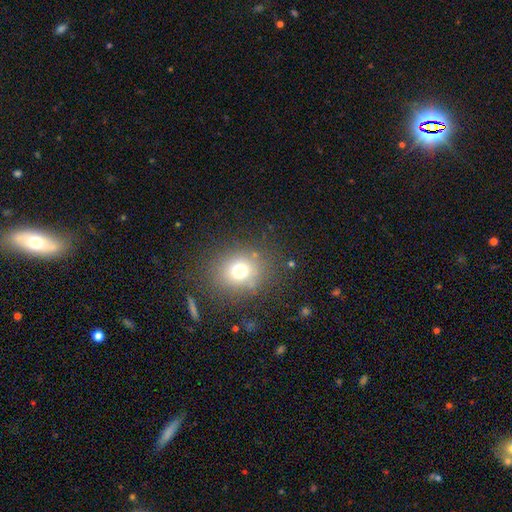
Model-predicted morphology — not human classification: smooth-or-featured: smooth: 72% | star or artifact: 18% | featured or disk: 11%
  how-rounded: round: 73% | in between: 26% | cigar-shaped: 1%
  merging: none: 82% | minor disturbance: 10% | major disturbance: 4% | merger: 3%